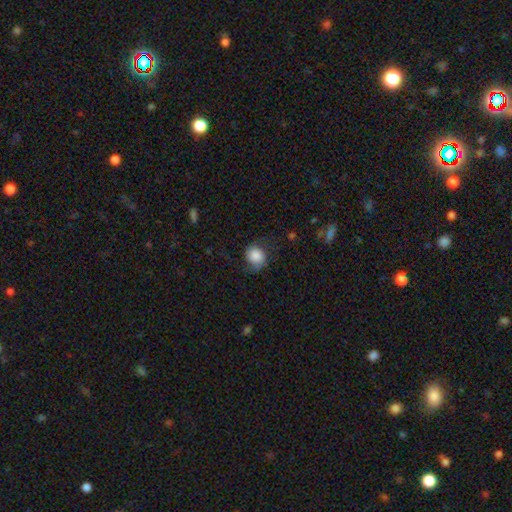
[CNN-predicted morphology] Smooth or featured? Predicted: smooth (p=0.65). How rounded? Predicted: round (p=0.75). Merging? Predicted: none (p=0.64).